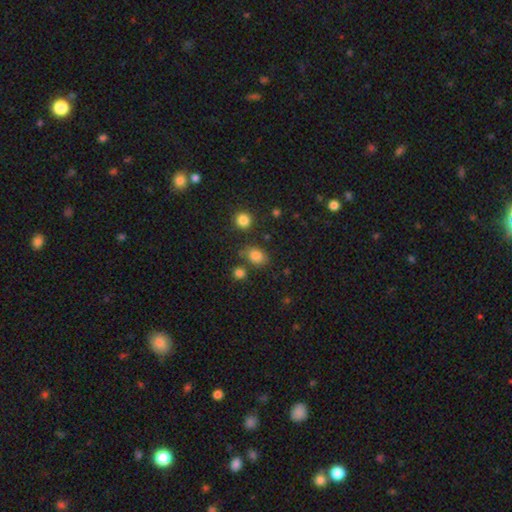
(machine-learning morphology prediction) This is clearly a smooth galaxy (82%). How rounded: likely in between (65%). Merging: likely none (72%).